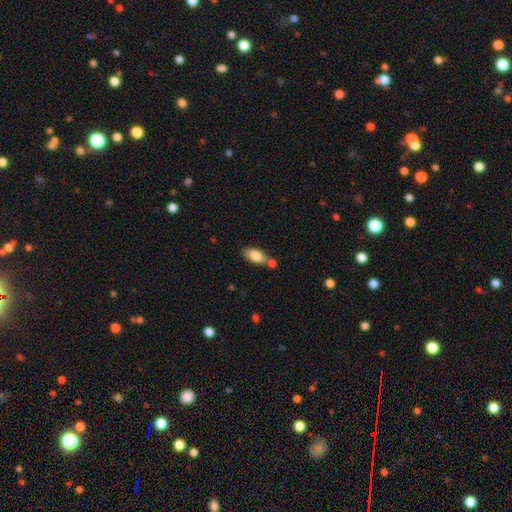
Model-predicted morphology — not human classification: A smooth galaxy with no disk features (81%) that is in between round and cigar-shaped (87%). Merging: none (55%).